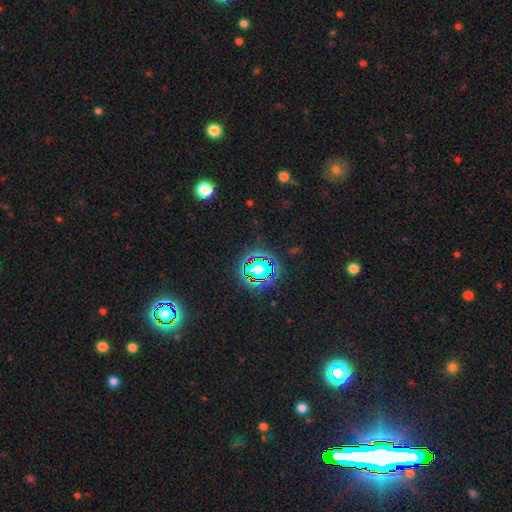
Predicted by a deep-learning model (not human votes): The model was most divided on "smooth or featured": star or artifact: 76%, smooth: 15%, featured or disk: 9%.